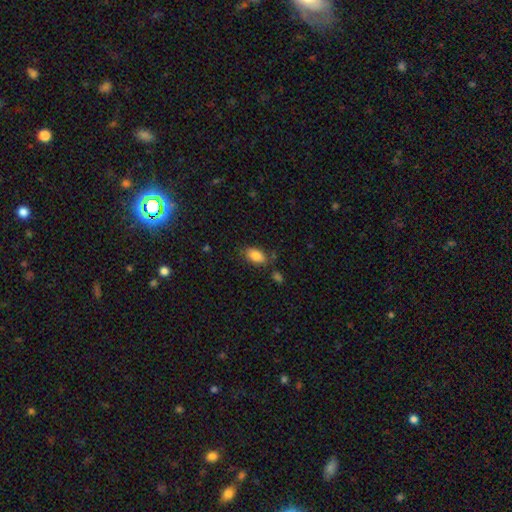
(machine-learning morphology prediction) The model was most divided on "merging": none: 74%, minor disturbance: 16%, merger: 6%, major disturbance: 4%. More confident: how rounded — in between (91%); smooth or featured — smooth (84%).